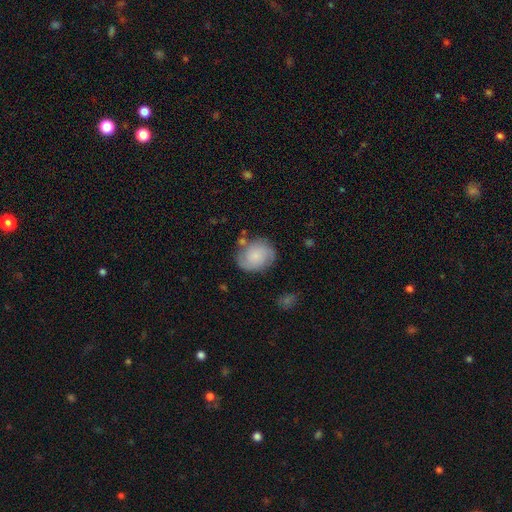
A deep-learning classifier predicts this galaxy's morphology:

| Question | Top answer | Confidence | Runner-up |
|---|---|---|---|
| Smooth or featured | smooth | 54% | featured or disk (38%) |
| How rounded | round | 62% | in between (37%) |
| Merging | none | 69% | minor disturbance (20%) |